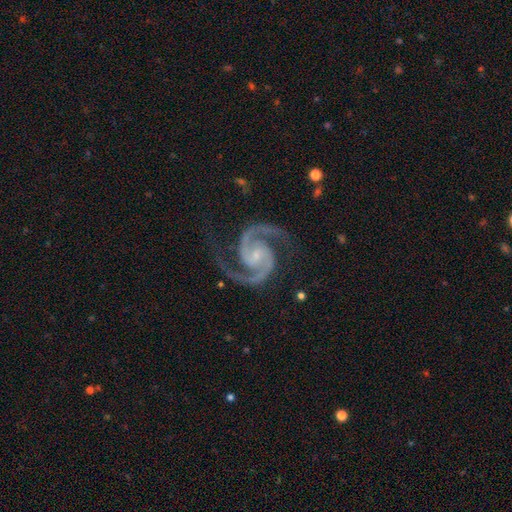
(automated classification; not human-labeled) smooth-or-featured: featured or disk: 95% | star or artifact: 3% | smooth: 2%
  disk-edge-on: no: 99% | yes: 1%
    bar: no: 51% | weak: 35% | strong: 14%
    has-spiral-arms: yes: 99% | no: 1%
      spiral-winding: medium: 65% | tight: 27% | loose: 8%
      spiral-arm-count: 2: 94% | 3: 2% | can't tell: 1% | 1: 1% | 4: 1% | more than 4: 1%
    bulge-size: small: 65% | moderate: 20% | none: 13% | large: 2% | dominant: 1%
  merging: none: 80% | minor disturbance: 14% | major disturbance: 5% | merger: 2%